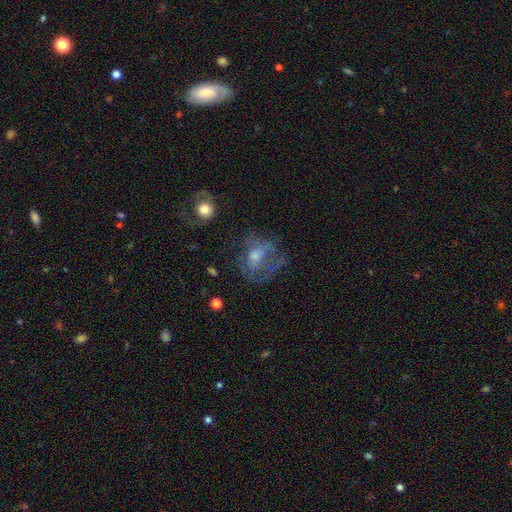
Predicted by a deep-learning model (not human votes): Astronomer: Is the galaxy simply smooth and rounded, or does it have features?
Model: featured or disk — 53% (runner-up: smooth, 31%).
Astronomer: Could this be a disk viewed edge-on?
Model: no — 95%.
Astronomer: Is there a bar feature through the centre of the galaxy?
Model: no — 64%.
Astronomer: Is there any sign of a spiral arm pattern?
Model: no — 64%.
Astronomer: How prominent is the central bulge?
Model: moderate — 44% (runner-up: small, 35%).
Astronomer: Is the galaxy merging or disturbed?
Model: none — 42% (runner-up: major disturbance, 35%).